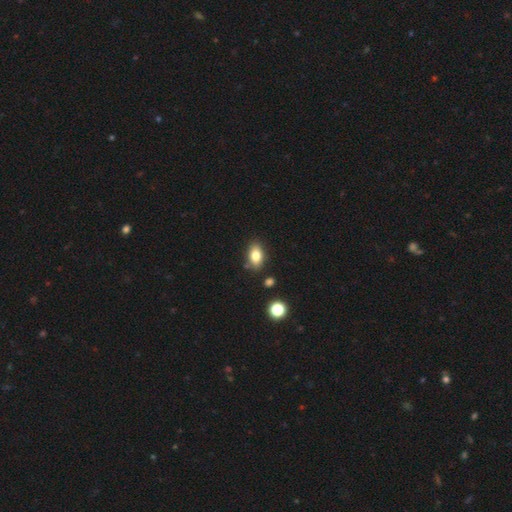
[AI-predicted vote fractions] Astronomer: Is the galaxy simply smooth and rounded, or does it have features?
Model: smooth — 81%.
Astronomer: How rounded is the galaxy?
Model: in between — 87%.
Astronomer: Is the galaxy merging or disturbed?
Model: none — 82%.